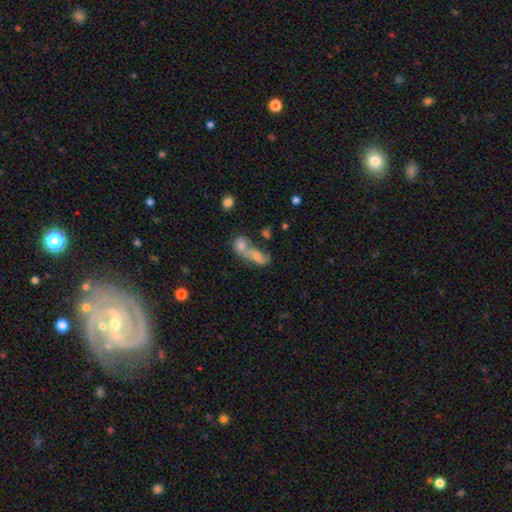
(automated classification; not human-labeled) The model was most divided on "smooth or featured": smooth: 54%, featured or disk: 33%, star or artifact: 13%. More confident: how rounded — in between (73%); merging — merger (70%).